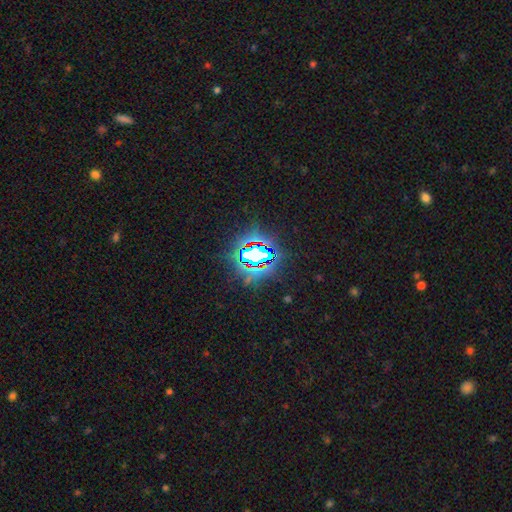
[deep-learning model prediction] This is likely a star or artifact rather than a galaxy (76%).